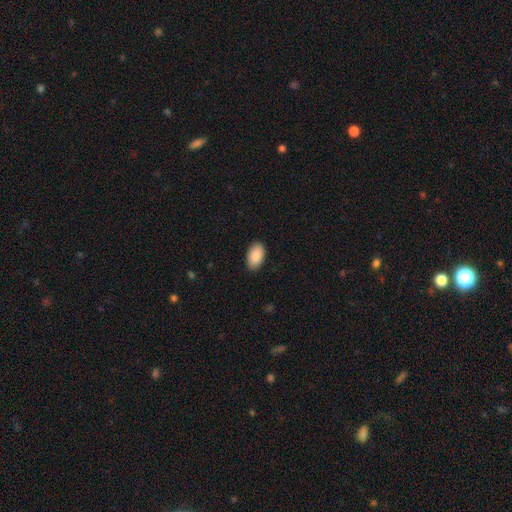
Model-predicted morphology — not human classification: smooth_or_featured: smooth (p=0.90) [alt: star or artifact p=0.06]
how_rounded: in between (p=0.95) [alt: round p=0.04]
merging: none (p=0.89) [alt: minor disturbance p=0.08]